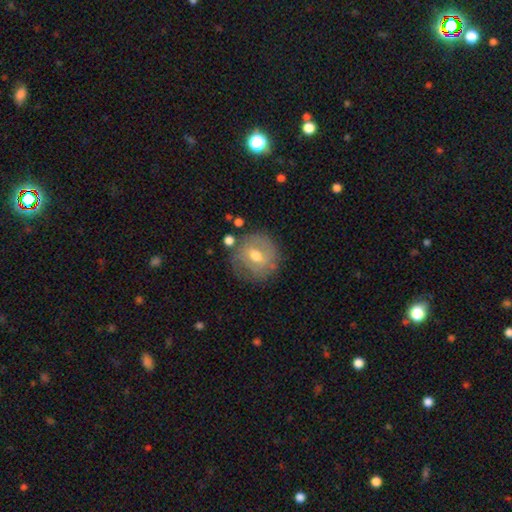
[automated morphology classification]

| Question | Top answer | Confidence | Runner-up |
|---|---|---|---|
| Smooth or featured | featured or disk | 47% | smooth (44%) |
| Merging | none | 73% | minor disturbance (17%) |